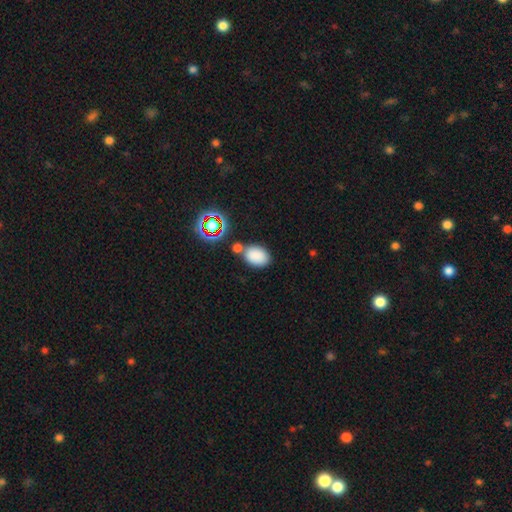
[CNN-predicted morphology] Q: Smooth or featured?
A: smooth (82%); runner-up: star or artifact (12%)
Q: How rounded?
A: in between (84%); runner-up: round (15%)
Q: Merging?
A: none (68%); runner-up: merger (15%)